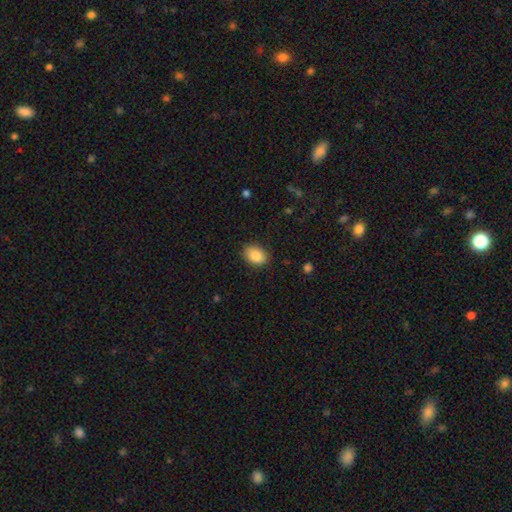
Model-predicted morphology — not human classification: This is clearly a smooth galaxy (88%). How rounded: likely in between (80%). Merging: clearly none (85%).